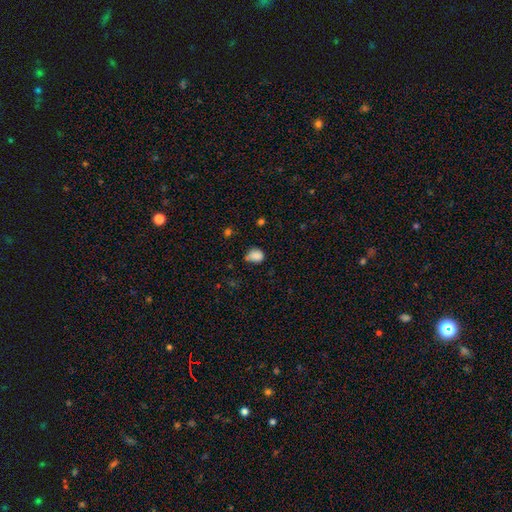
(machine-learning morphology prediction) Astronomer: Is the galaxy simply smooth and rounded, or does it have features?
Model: smooth — 84%.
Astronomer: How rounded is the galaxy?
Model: in between — 57% (runner-up: round, 42%).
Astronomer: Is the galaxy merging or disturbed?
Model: none — 50% (runner-up: minor disturbance, 36%).